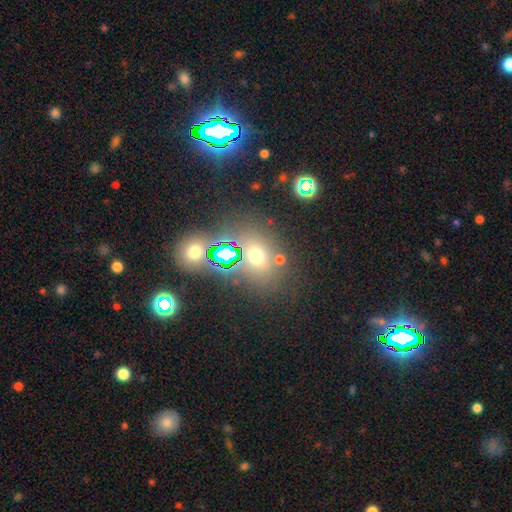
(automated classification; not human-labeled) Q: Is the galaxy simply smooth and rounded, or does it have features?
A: smooth — 56%.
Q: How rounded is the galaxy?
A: round — 55%.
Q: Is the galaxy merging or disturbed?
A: none — 69%.